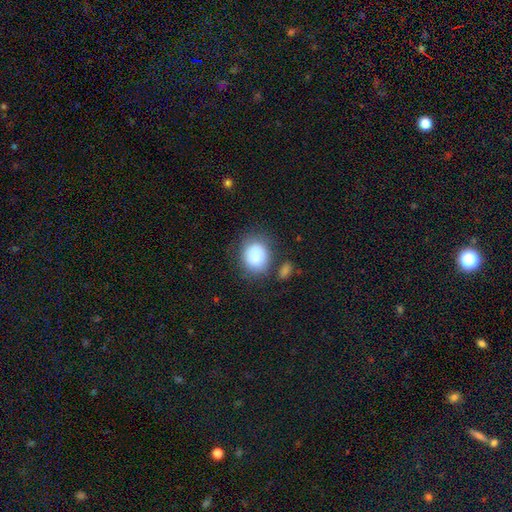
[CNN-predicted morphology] smooth 79%, featured or disk 12%, star or artifact 8%. Down the decision tree: how rounded — round (61%); merging — none (61%).